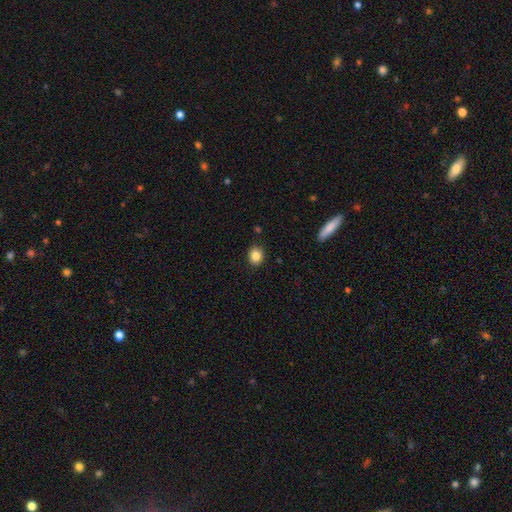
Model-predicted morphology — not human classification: A smooth galaxy with no disk features (84%) that is round (63%).

Vote fractions:
- Smooth or featured? smooth: 84% / star or artifact: 10% / featured or disk: 6%
- How rounded? round: 63% / in between: 36% / cigar-shaped: 1%
- Merging? none: 89% / minor disturbance: 8% / major disturbance: 2% / merger: 2%